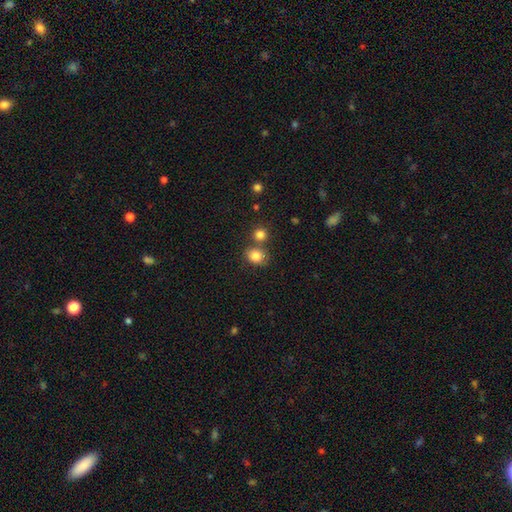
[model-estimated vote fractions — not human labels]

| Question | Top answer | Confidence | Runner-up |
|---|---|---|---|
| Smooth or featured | smooth | 83% | star or artifact (10%) |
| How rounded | round | 63% | in between (36%) |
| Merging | none | 60% | merger (23%) |